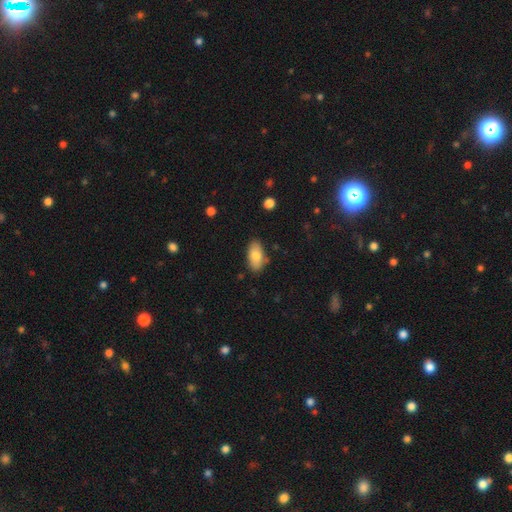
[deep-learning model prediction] Smooth or featured: smooth — 78% (featured or disk — 15%)
How rounded: in between — 92% (cigar-shaped — 5%)
Merging: none — 81% (minor disturbance — 14%)